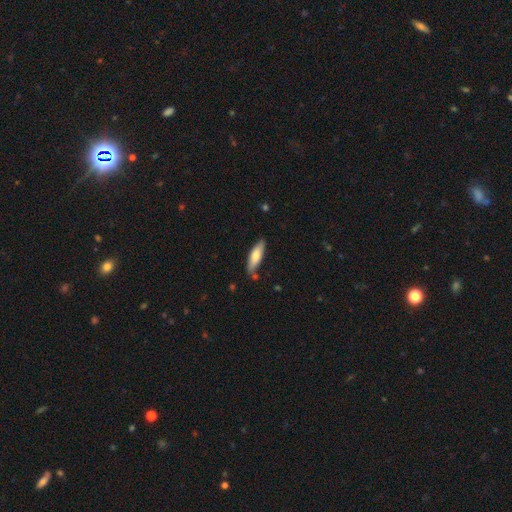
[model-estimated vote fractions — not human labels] The model was most divided on "how rounded": cigar-shaped: 52%, in between: 46%, round: 2%. More confident: merging — none (79%); smooth or featured — smooth (72%).